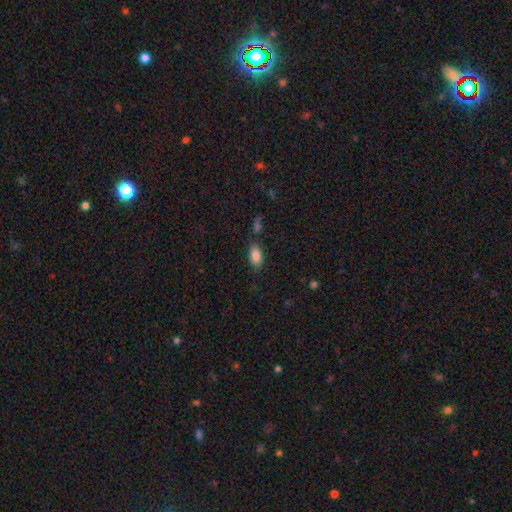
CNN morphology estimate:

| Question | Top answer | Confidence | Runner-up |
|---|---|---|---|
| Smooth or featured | smooth | 86% | star or artifact (9%) |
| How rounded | in between | 91% | round (6%) |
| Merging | none | 78% | minor disturbance (13%) |